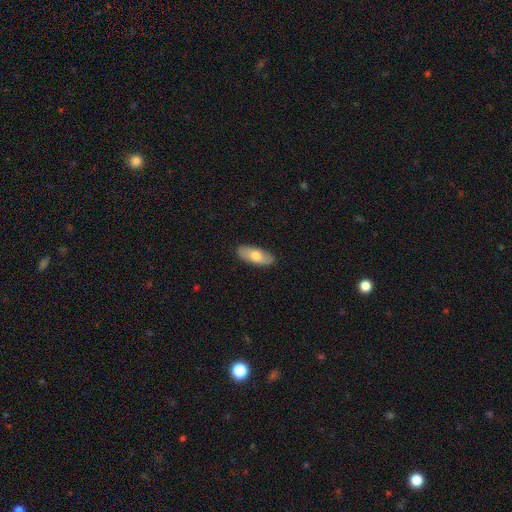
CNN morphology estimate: Smooth or featured? Predicted: smooth (p=0.66). How rounded? Predicted: in between (p=0.83). Merging? Predicted: none (p=0.88).